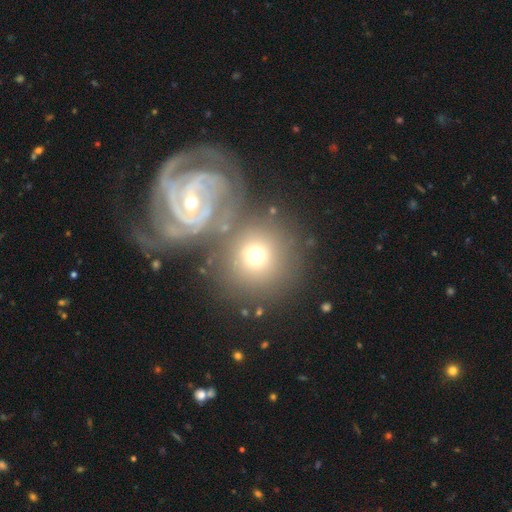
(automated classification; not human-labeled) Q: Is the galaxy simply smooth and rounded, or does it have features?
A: smooth — 55%.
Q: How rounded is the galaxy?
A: round — 87%.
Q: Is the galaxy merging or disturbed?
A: none — 55%.